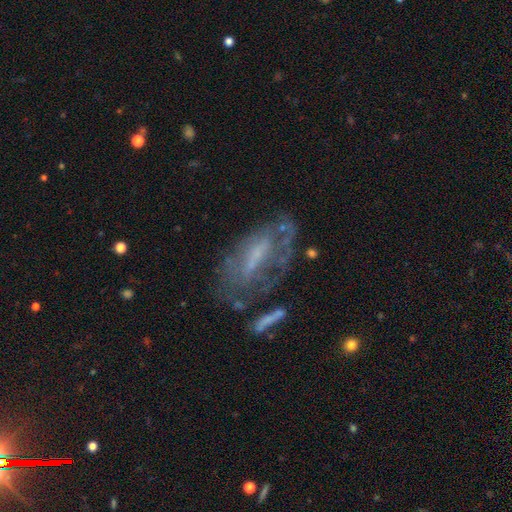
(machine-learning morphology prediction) smooth_or_featured: featured or disk (p=0.65) [alt: smooth p=0.24]
disk_edge_on: no (p=0.88) [alt: yes p=0.12]
bar: no (p=0.41) [alt: weak p=0.38]
has_spiral_arms: no (p=0.51) [alt: yes p=0.49]
bulge_size: small (p=0.41) [alt: none p=0.28]
merging: none (p=0.47) [alt: major disturbance p=0.24]